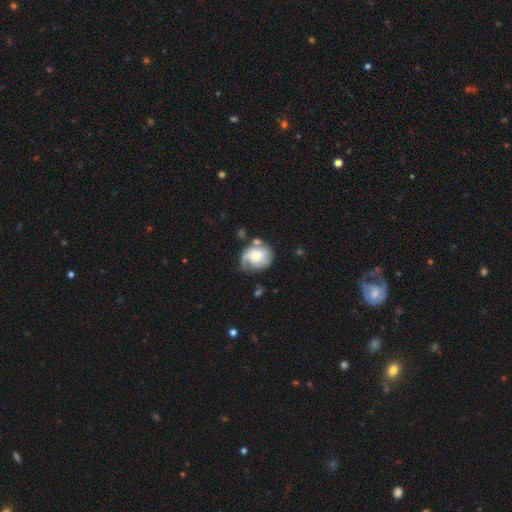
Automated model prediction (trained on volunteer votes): Overall: featured or disk (65%; smooth 28%). Edge-on disk: no (97%). Bar: no (73%). Spiral arms: yes (84%). Spiral arm count: 2 (37%; can't tell 27%). Spiral winding: tight (46%; medium 36%). Bulge size: small (47%; moderate 44%). Merging: none (50%; minor disturbance 25%).